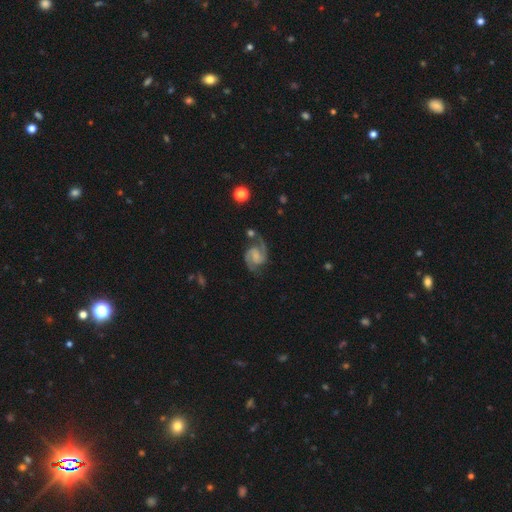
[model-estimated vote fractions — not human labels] This appears to be a featured or disk galaxy (89%) with a weak bar (45%), 2 (93%) medium (58%) spiral arms (98%) and no central bulge (44%). Merging: none (68%).